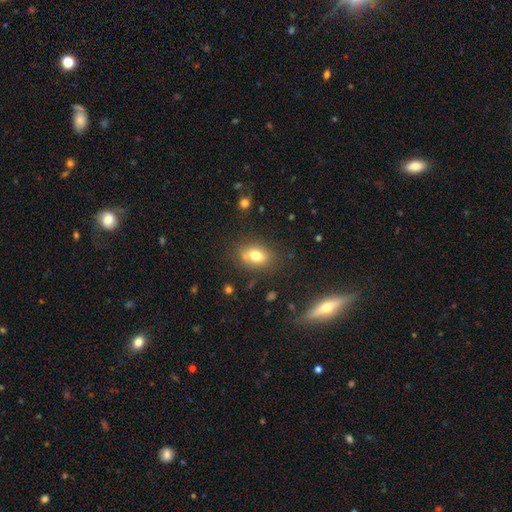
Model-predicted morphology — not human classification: Smooth or featured?
  - smooth: 75% *
  - featured or disk: 14%
  - star or artifact: 11%
How rounded?
  - in between: 74% *
  - round: 25%
  - cigar-shaped: 2%
Merging?
  - none: 73% *
  - minor disturbance: 16%
  - merger: 7%
  - major disturbance: 4%